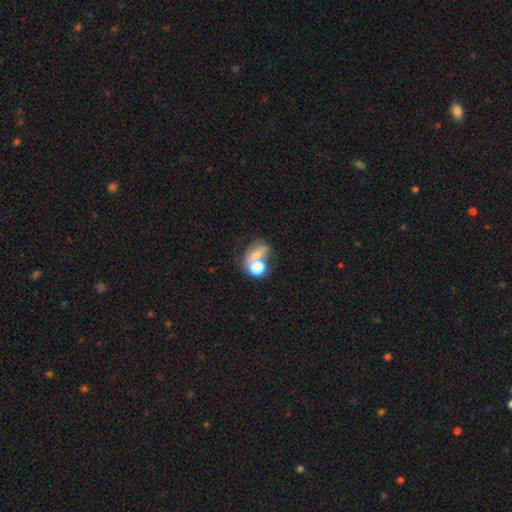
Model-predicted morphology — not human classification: smooth_or_featured: smooth (p=0.55) [alt: featured or disk p=0.28]
how_rounded: in between (p=0.53) [alt: round p=0.45]
merging: merger (p=0.51) [alt: none p=0.23]